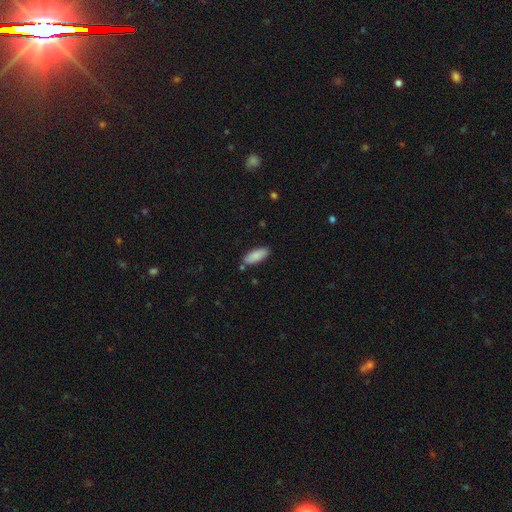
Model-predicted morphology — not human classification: Q: Smooth or featured?
A: smooth (88%); runner-up: featured or disk (6%)
Q: How rounded?
A: in between (76%); runner-up: cigar-shaped (22%)
Q: Merging?
A: none (83%); runner-up: minor disturbance (11%)